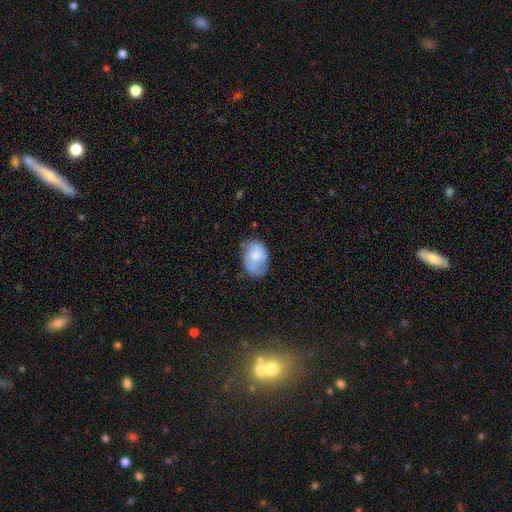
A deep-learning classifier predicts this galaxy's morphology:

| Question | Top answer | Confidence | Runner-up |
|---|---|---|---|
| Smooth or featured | smooth | 69% | featured or disk (23%) |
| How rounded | in between | 78% | round (21%) |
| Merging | none | 48% | minor disturbance (34%) |